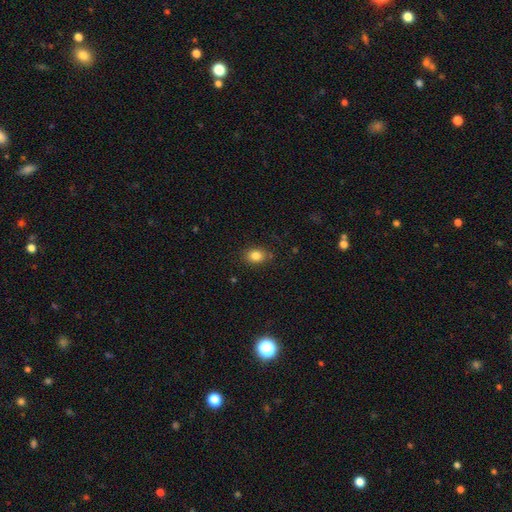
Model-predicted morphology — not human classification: Smooth or featured: smooth — 83% (star or artifact — 10%)
How rounded: in between — 59% (round — 40%)
Merging: none — 83% (minor disturbance — 12%)